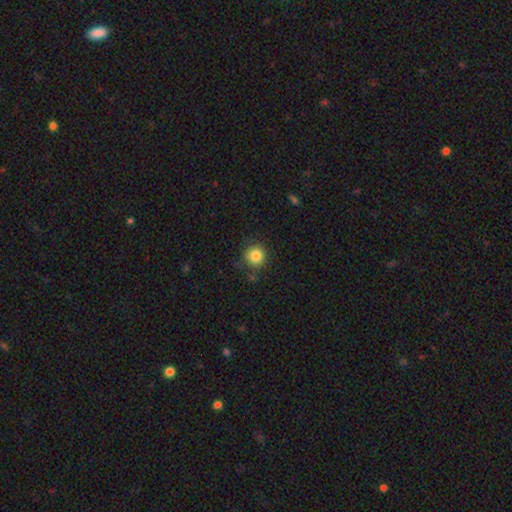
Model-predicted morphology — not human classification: Overall: smooth (84%). How rounded: round (92%). Merging: none (82%).